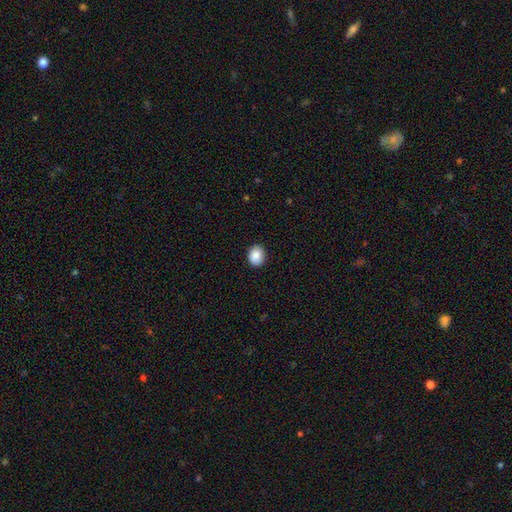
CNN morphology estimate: smooth-or-featured: smooth: 88% | star or artifact: 8% | featured or disk: 4%
  how-rounded: round: 51% | in between: 48% | cigar-shaped: 1%
  merging: none: 89% | minor disturbance: 8% | major disturbance: 2% | merger: 1%